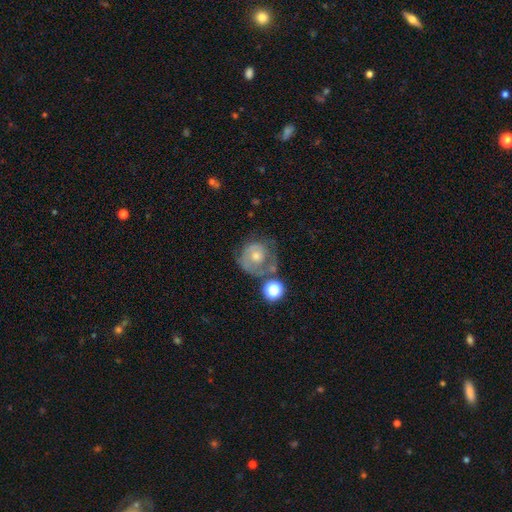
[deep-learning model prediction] Q: Smooth or featured?
A: featured or disk (61%); runner-up: smooth (29%)
Q: Edge-on disk?
A: no (97%); runner-up: yes (3%)
Q: Bar?
A: no (81%); runner-up: weak (16%)
Q: Spiral arms?
A: yes (71%); runner-up: no (29%)
Q: Bulge size?
A: moderate (57%); runner-up: small (35%)
Q: Merging?
A: none (50%); runner-up: minor disturbance (21%)